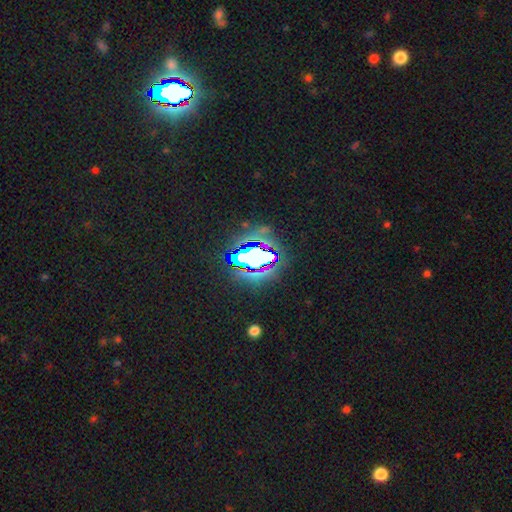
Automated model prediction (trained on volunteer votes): smooth_or_featured: star or artifact (p=0.65) [alt: smooth p=0.19]